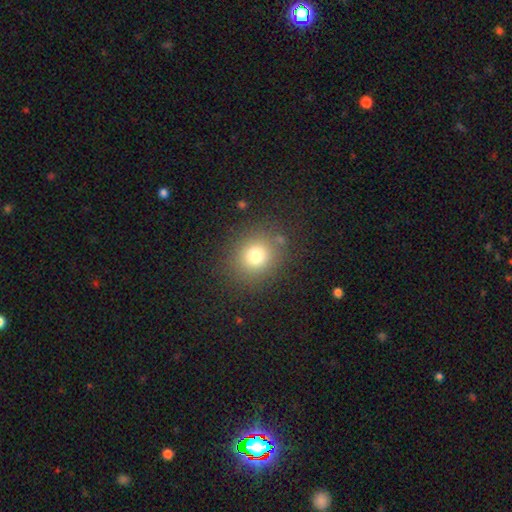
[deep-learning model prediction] The model was most divided on "smooth or featured": smooth: 75%, star or artifact: 16%, featured or disk: 9%. More confident: merging — none (84%); how rounded — round (83%).